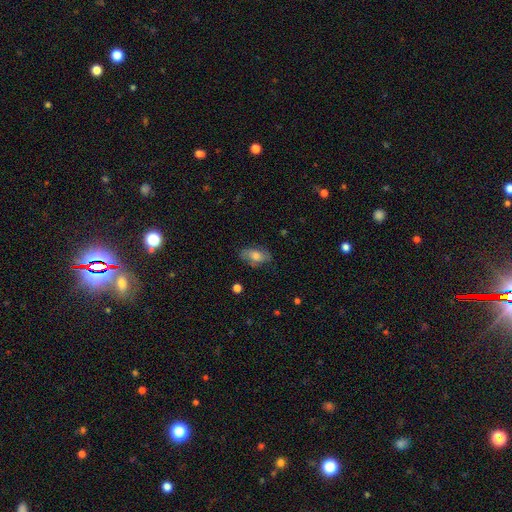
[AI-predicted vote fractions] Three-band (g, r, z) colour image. It shows a smooth galaxy with no disk features (62%) that is in between round and cigar-shaped (88%). Merging: none (70%).